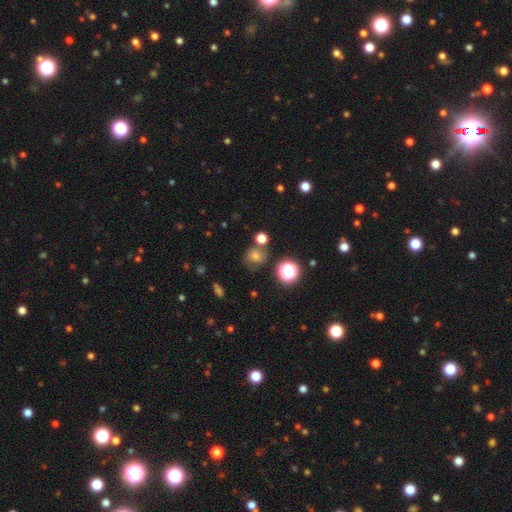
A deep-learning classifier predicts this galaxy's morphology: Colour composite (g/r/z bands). It shows a smooth galaxy with no disk features (49%). Merging: none (74%).